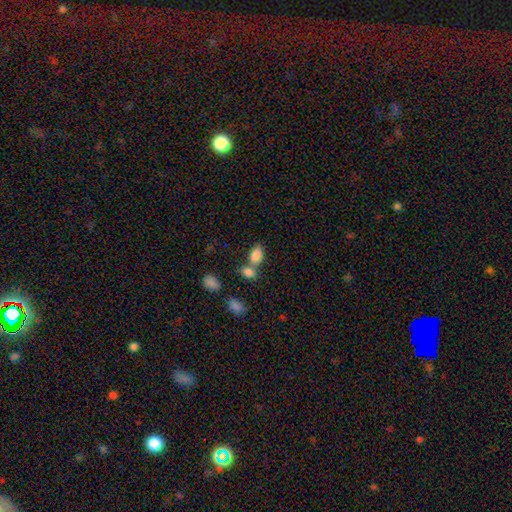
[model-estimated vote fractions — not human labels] Morphology: type=smooth (84%); roundness=in between (87%); merging=merger (43%, tied with none).